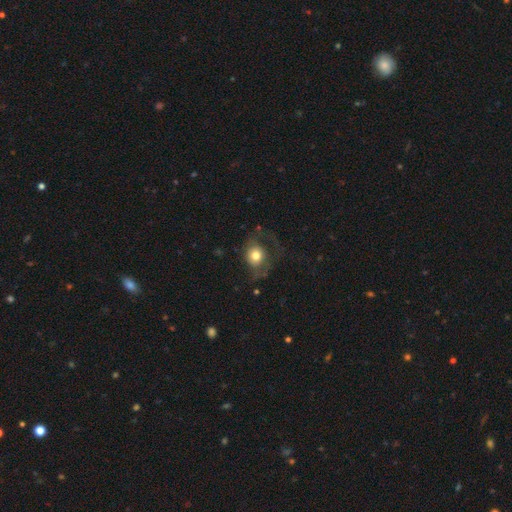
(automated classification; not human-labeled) A smooth galaxy with no disk features (66%) that is round (72%).

Vote fractions:
- Smooth or featured? smooth: 66% / featured or disk: 25% / star or artifact: 9%
- How rounded? round: 72% / in between: 27% / cigar-shaped: 1%
- Merging? none: 40% / major disturbance: 36% / minor disturbance: 21% / merger: 2%